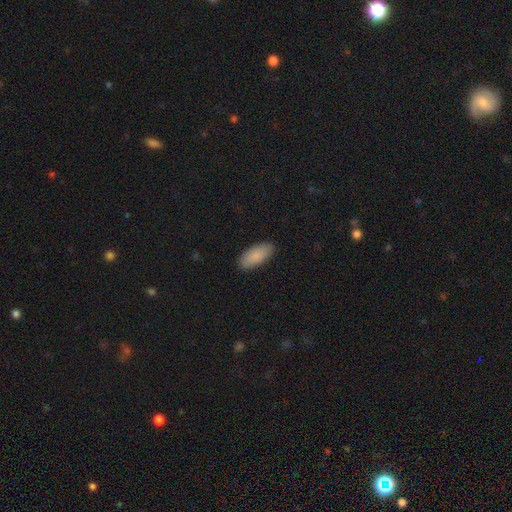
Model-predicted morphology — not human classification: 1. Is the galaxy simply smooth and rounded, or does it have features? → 87% smooth, 7% featured or disk, 6% star or artifact.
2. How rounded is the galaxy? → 88% in between, 10% cigar-shaped, 2% round.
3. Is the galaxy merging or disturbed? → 88% none, 9% minor disturbance, 2% major disturbance, 1% merger.